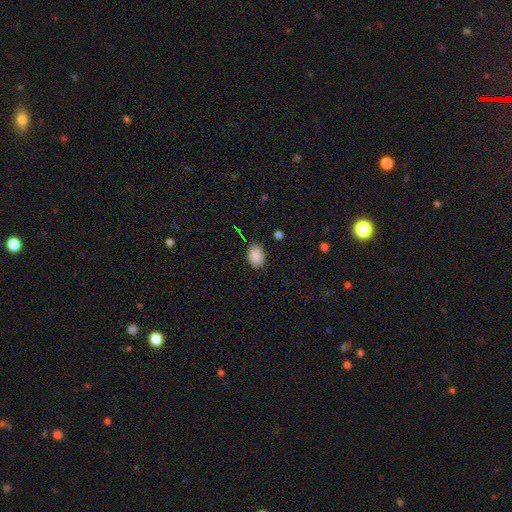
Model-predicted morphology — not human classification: Smooth or featured? Predicted: smooth (p=0.88). How rounded? Predicted: in between (p=0.80). Merging? Predicted: none (p=0.83).